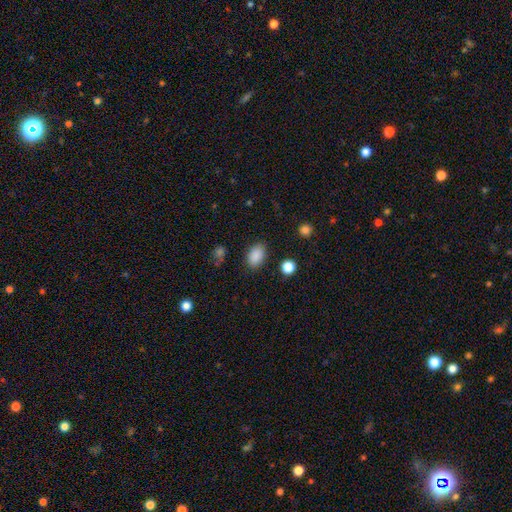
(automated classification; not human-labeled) Smooth or featured: smooth — 88% (star or artifact — 9%)
How rounded: in between — 87% (round — 11%)
Merging: none — 85% (minor disturbance — 10%)